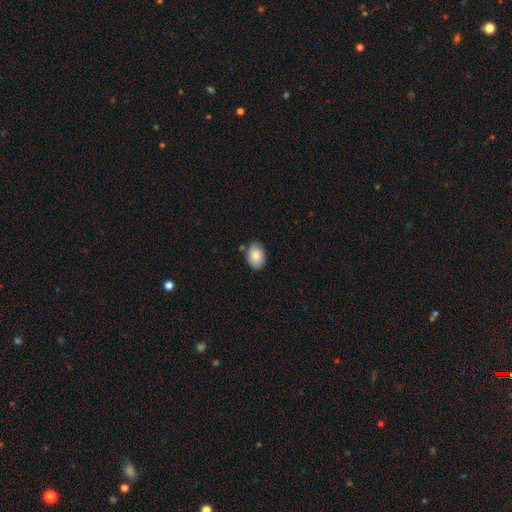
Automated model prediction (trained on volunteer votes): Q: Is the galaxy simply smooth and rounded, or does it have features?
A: smooth — 84%.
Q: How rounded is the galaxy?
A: in between — 83%.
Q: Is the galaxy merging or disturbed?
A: none — 82%.